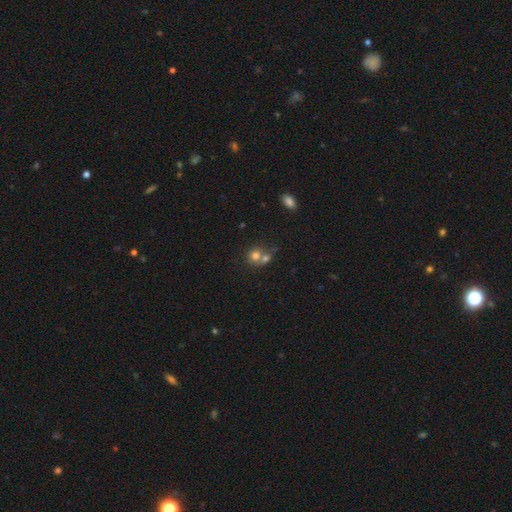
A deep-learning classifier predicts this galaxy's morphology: This is likely a smooth galaxy (73%). How rounded: likely round (76%). Merging: possibly merger (58%).